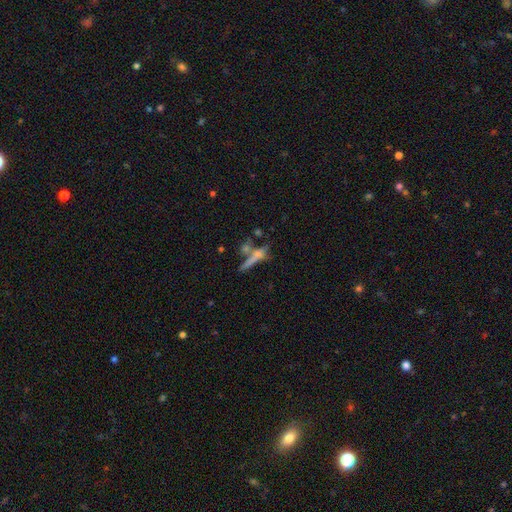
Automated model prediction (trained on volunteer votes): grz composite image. It shows a smooth galaxy with no disk features (54%) that is cigar-shaped (77%). Merging: none (46%).